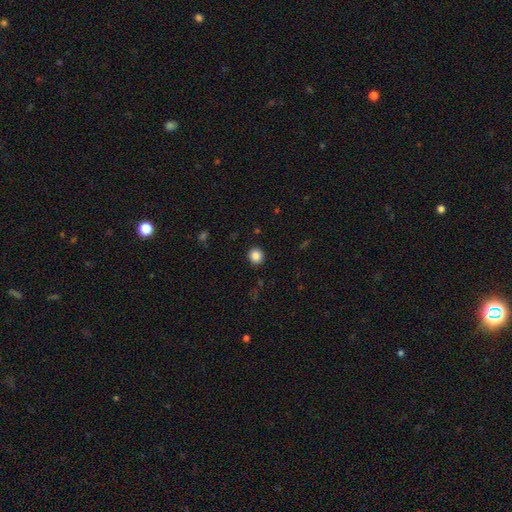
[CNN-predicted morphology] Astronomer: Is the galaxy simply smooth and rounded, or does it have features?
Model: smooth — 86%.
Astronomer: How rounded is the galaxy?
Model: round — 90%.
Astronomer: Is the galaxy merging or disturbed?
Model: none — 92%.